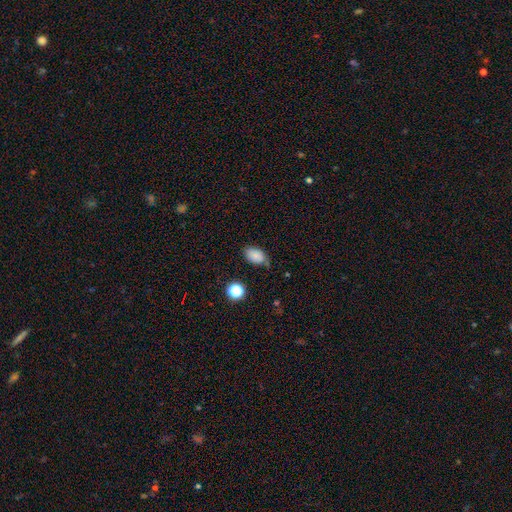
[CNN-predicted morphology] A smooth galaxy with no disk features (82%) that is in between round and cigar-shaped (86%).

Vote fractions:
- Smooth or featured? smooth: 82% / star or artifact: 11% / featured or disk: 7%
- How rounded? in between: 86% / round: 12% / cigar-shaped: 1%
- Merging? none: 66% / minor disturbance: 24% / major disturbance: 5% / merger: 4%